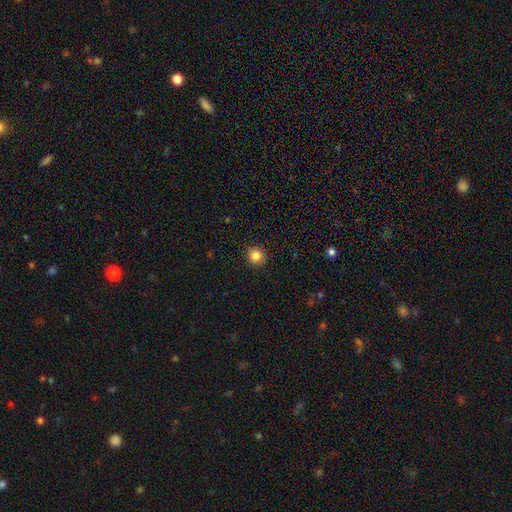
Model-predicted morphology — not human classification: The model was most divided on "smooth or featured": smooth: 85%, star or artifact: 11%, featured or disk: 4%. More confident: how rounded — round (93%); merging — none (92%).